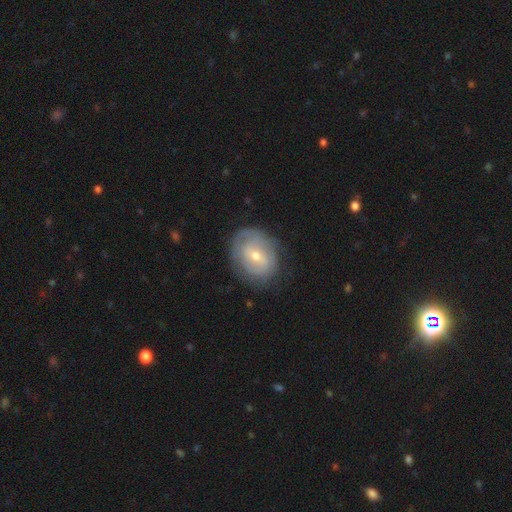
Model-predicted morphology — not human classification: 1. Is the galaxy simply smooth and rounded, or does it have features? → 60% featured or disk, 33% smooth, 7% star or artifact.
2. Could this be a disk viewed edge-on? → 95% no, 5% yes.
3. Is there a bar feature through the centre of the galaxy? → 44% weak, 42% no, 14% strong.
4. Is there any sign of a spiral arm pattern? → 59% yes, 41% no.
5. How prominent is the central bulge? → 50% small, 47% moderate, 2% large, 1% none, 1% dominant.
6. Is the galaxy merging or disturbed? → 73% none, 19% minor disturbance, 7% major disturbance, 1% merger.